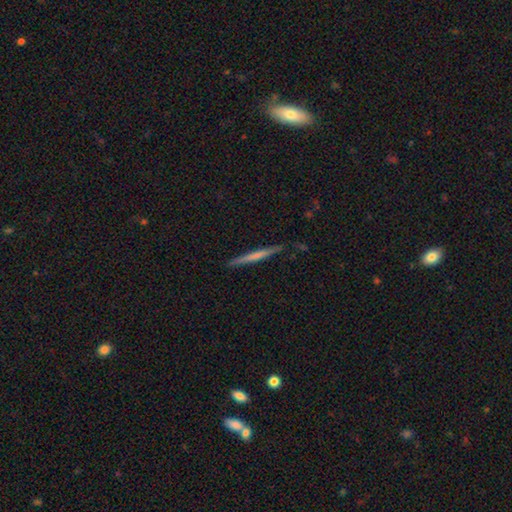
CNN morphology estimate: The model was most divided on "smooth or featured": smooth: 50%, featured or disk: 44%, star or artifact: 5%. More confident: how rounded — cigar-shaped (96%); merging — none (89%).